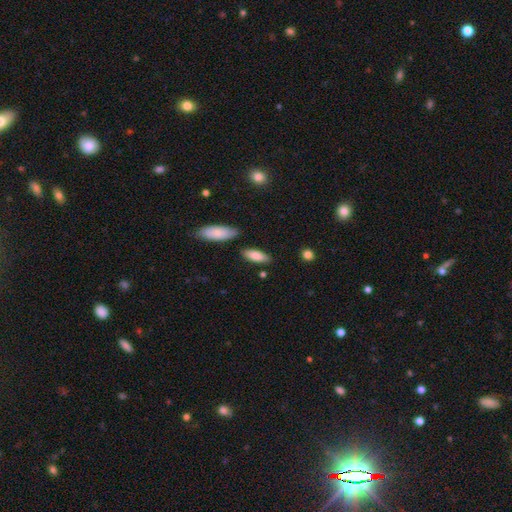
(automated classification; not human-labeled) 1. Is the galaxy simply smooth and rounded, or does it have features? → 84% smooth, 10% featured or disk, 6% star or artifact.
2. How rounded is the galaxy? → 73% in between, 25% cigar-shaped, 2% round.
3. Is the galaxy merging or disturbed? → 81% none, 11% minor disturbance, 5% merger, 3% major disturbance.